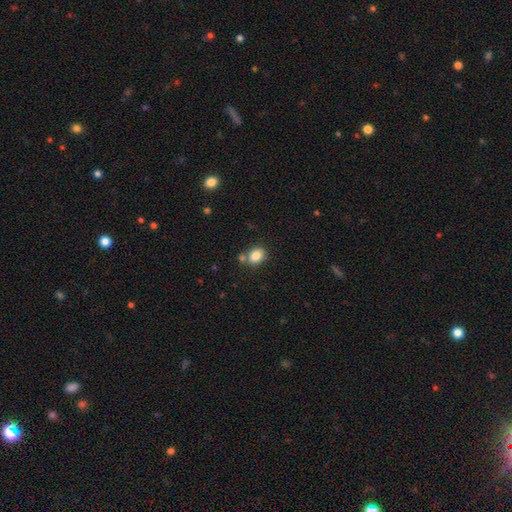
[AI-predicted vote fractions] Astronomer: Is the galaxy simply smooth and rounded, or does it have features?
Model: smooth — 85%.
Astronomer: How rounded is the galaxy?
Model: in between — 57% (runner-up: round, 42%).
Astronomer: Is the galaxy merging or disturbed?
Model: none — 65%.